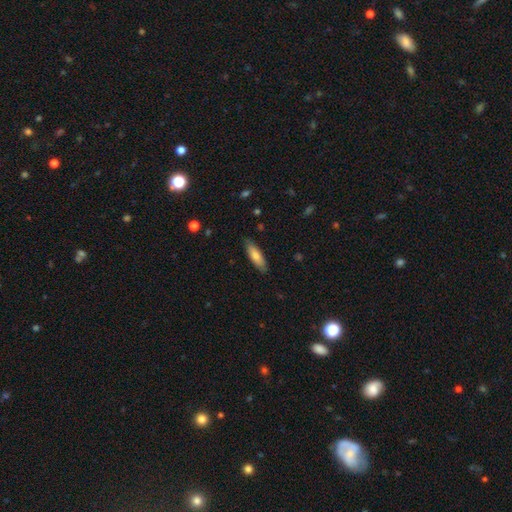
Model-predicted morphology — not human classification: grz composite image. It shows a smooth galaxy with no disk features (77%) that is in between round and cigar-shaped (49%, tied with cigar-shaped). Merging: none (85%).